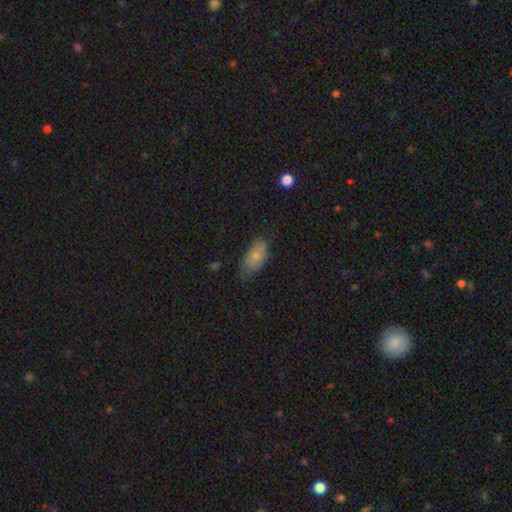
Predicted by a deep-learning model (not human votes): Overall: smooth (73%). How rounded: in between (92%). Merging: none (55%; minor disturbance 34%).